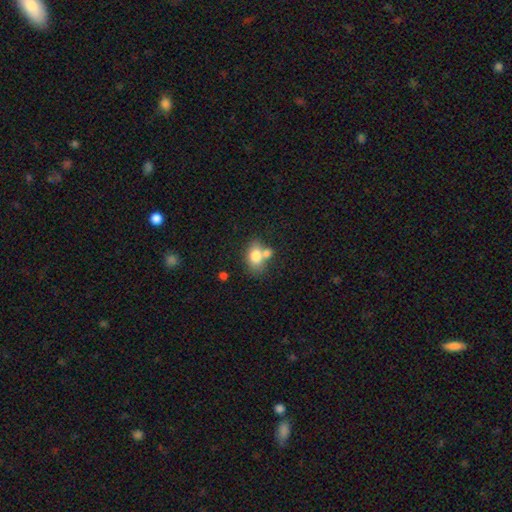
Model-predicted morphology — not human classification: Smooth or featured? smooth (77%)
How rounded? in between (71%)
Merging? none (41%)